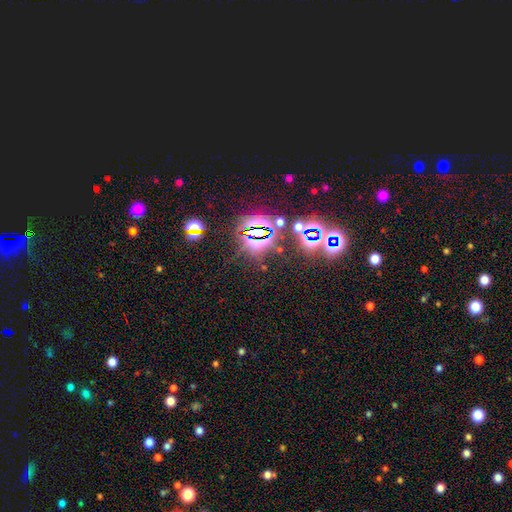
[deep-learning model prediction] This is clearly a star or artifact rather than a galaxy (81%).